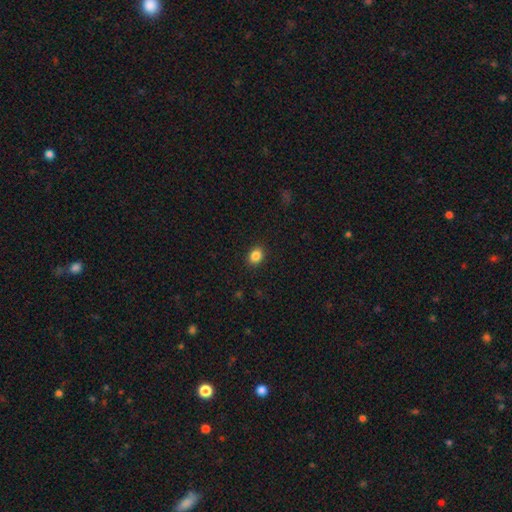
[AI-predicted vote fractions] Q: Smooth or featured?
A: smooth (86%); runner-up: star or artifact (10%)
Q: How rounded?
A: round (50%); runner-up: in between (49%)
Q: Merging?
A: none (90%); runner-up: minor disturbance (7%)